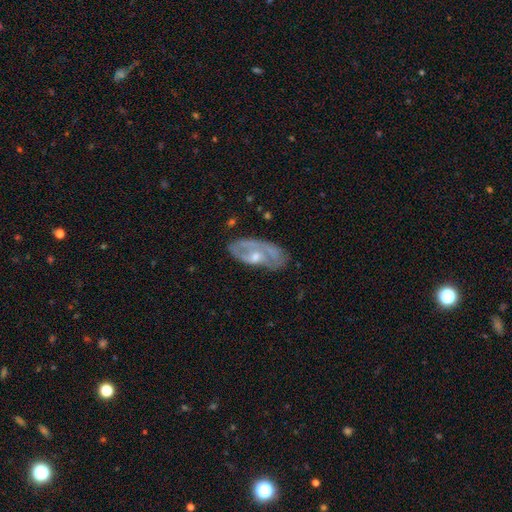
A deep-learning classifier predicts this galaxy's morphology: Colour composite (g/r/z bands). It shows a featured or disk galaxy (68%) with no bar (70%), spiral arms (56%) and a moderate central bulge (59%). Merging: none (64%).